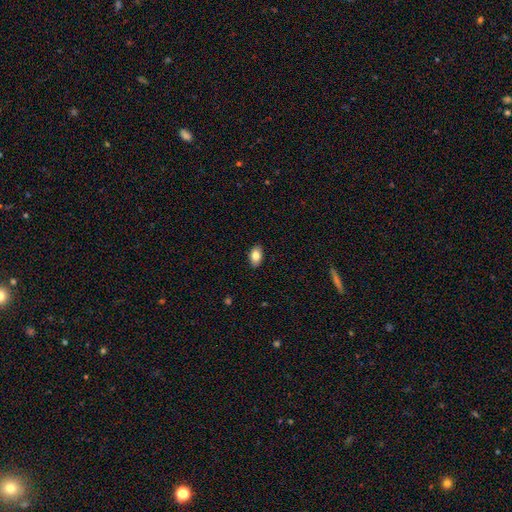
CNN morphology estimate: Smooth or featured? smooth (83%)
How rounded? in between (91%)
Merging? none (89%)